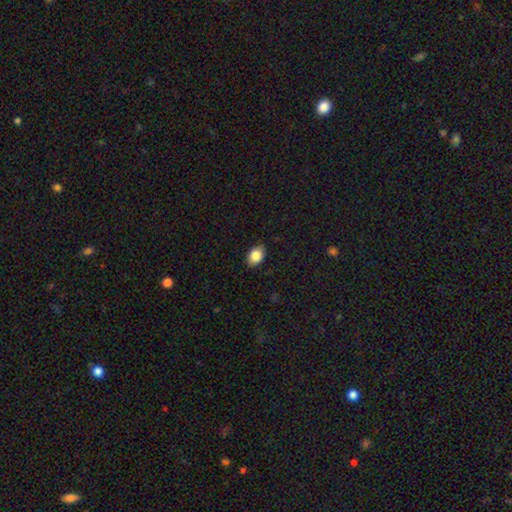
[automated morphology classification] smooth 85%, star or artifact 8%, featured or disk 7%. Down the decision tree: how rounded — in between (77%); merging — none (85%).